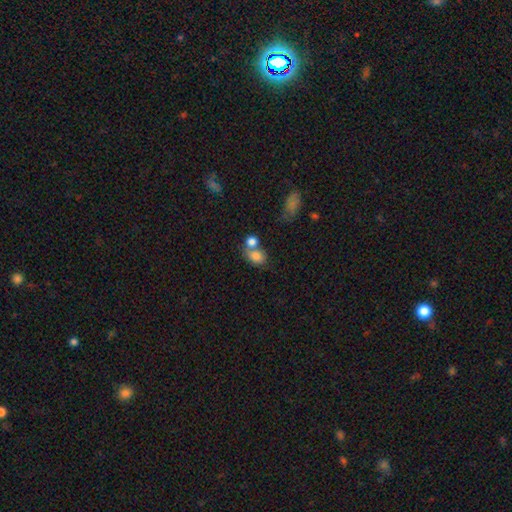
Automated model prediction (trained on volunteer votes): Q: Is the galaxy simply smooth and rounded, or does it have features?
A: smooth — 80%.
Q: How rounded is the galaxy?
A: in between — 59%.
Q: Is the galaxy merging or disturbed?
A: merger — 48%.